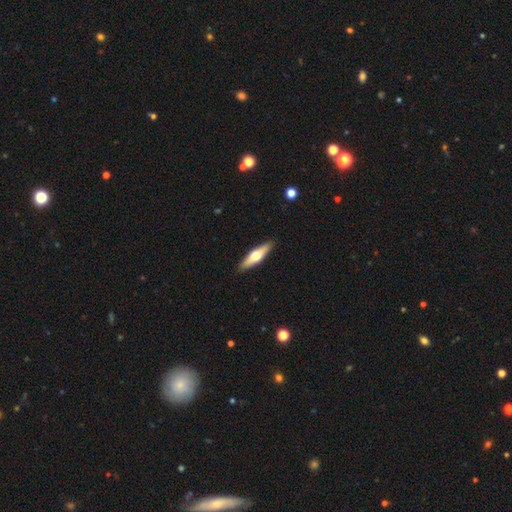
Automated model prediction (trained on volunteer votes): Smooth or featured: featured or disk — 49% (smooth — 45%)
Merging: none — 91% (minor disturbance — 7%)